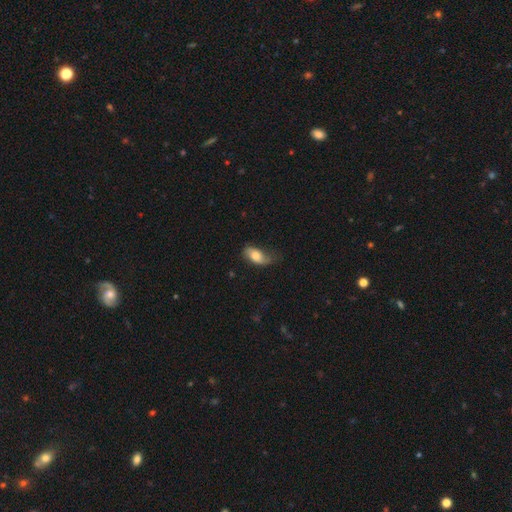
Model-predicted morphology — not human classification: The model was most divided on "merging": none: 44%, minor disturbance: 38%, major disturbance: 16%, merger: 2%. More confident: how rounded — in between (89%); smooth or featured — smooth (71%).